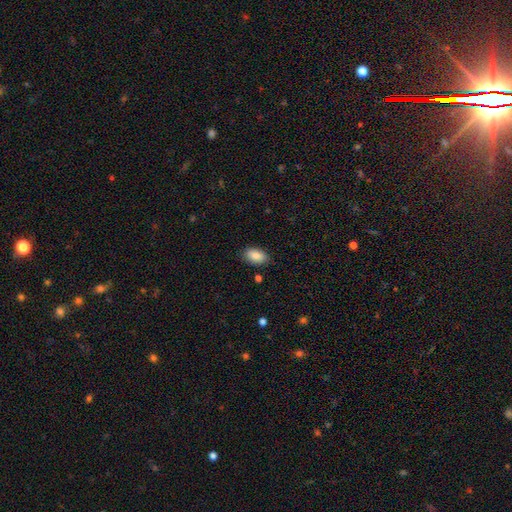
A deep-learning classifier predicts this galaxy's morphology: smooth 88%, star or artifact 7%, featured or disk 5%. Down the decision tree: how rounded — in between (93%); merging — none (85%).